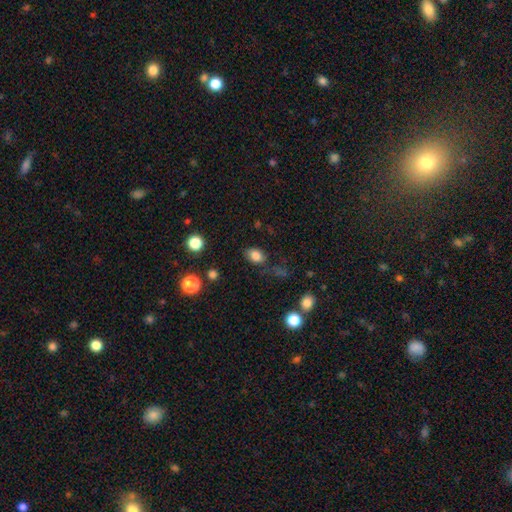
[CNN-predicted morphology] type=smooth (82%); roundness=in between (77%); merging=none (73%).